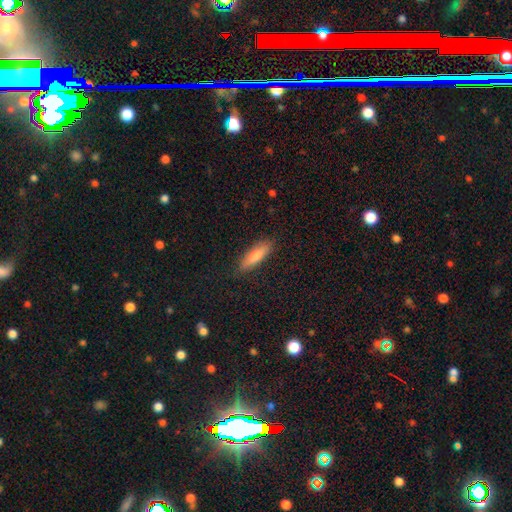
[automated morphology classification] Smooth or featured? Predicted: smooth (p=0.73). How rounded? Predicted: cigar-shaped (p=0.64). Merging? Predicted: none (p=0.87).